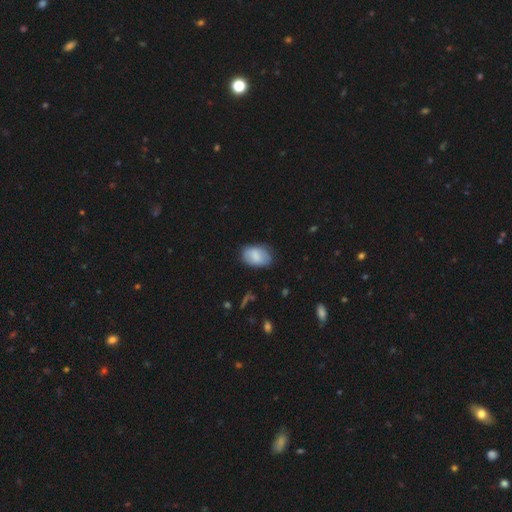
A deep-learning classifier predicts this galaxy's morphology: A smooth galaxy with no disk features (77%) that is in between round and cigar-shaped (90%). Merging: none (76%).